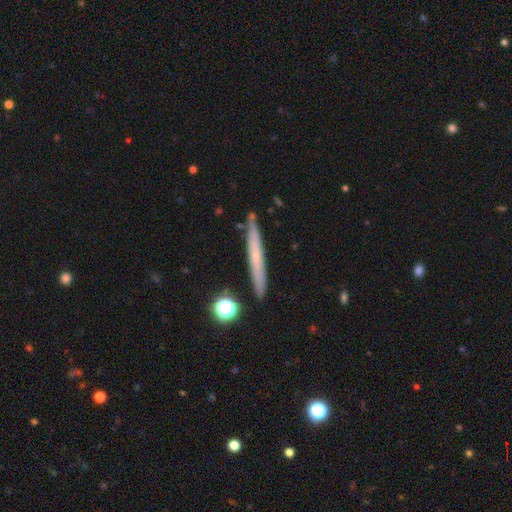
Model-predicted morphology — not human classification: Smooth or featured? Predicted: smooth (p=0.48). Merging? Predicted: none (p=0.87).